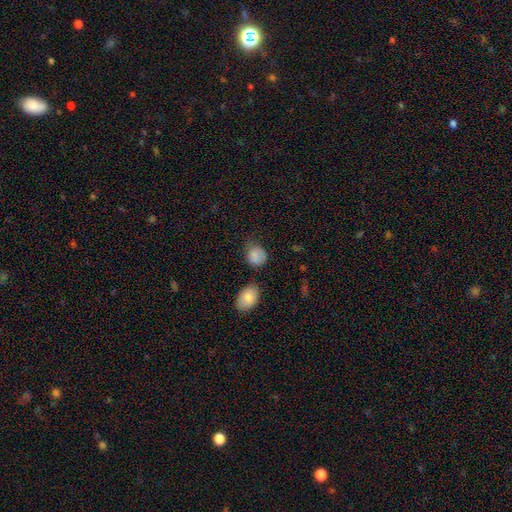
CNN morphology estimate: Smooth or featured: smooth — 85% (star or artifact — 9%)
How rounded: round — 67% (in between — 32%)
Merging: none — 58% (minor disturbance — 28%)